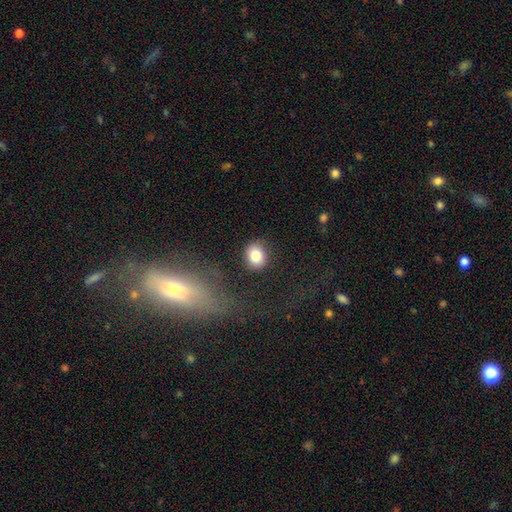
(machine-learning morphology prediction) Smooth or featured: smooth — 82% (star or artifact — 10%)
How rounded: round — 63% (in between — 36%)
Merging: none — 85% (minor disturbance — 9%)